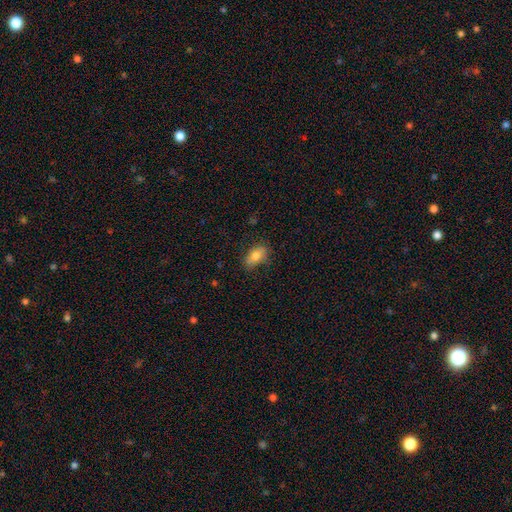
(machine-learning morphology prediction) Smooth or featured? Predicted: smooth (p=0.78). How rounded? Predicted: in between (p=0.89). Merging? Predicted: none (p=0.75).